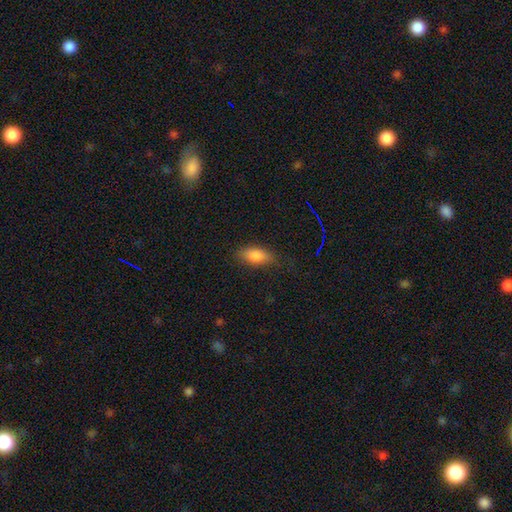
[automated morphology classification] Smooth or featured? Predicted: smooth (p=0.83). How rounded? Predicted: in between (p=0.86). Merging? Predicted: none (p=0.77).